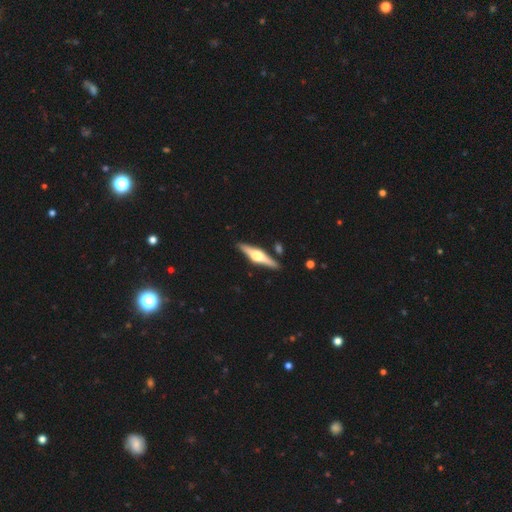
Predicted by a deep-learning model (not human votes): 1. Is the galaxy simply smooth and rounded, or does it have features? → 79% featured or disk, 16% smooth, 5% star or artifact.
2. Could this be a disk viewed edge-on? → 98% yes, 2% no.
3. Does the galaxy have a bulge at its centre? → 95% rounded, 3% boxy, 1% none.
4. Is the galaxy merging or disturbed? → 89% none, 7% minor disturbance, 3% merger, 2% major disturbance.